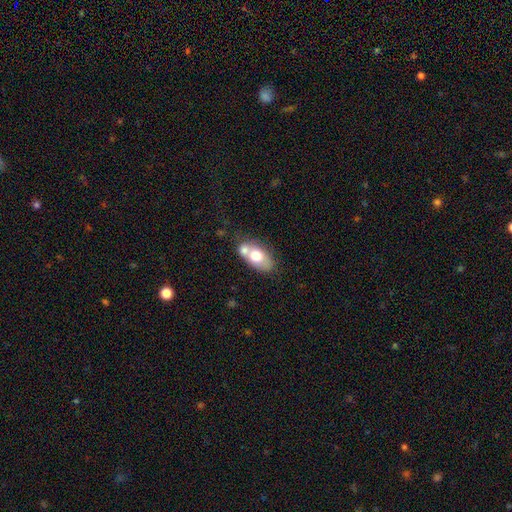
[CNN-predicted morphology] Overall: smooth (65%; featured or disk 28%). How rounded: in between (86%). Merging: merger (44%; none 37%).